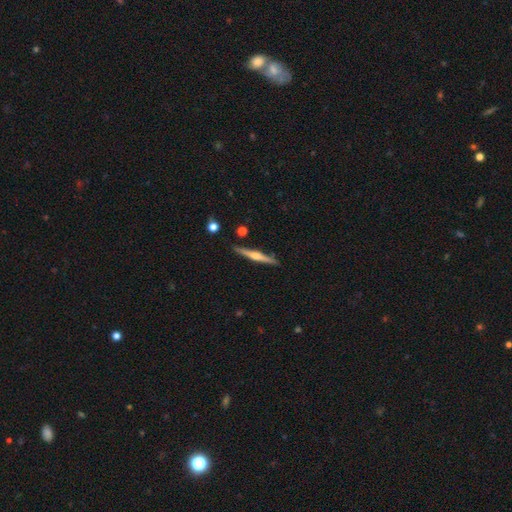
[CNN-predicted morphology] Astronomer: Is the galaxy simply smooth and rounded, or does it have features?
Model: featured or disk — 71%.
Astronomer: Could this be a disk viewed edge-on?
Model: yes — 98%.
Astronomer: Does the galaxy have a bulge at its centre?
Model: rounded — 87%.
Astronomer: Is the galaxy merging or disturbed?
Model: none — 89%.